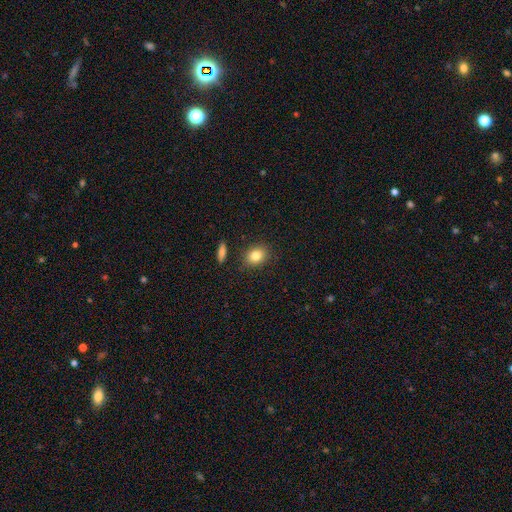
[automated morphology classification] A smooth galaxy with no disk features (83%) that is in between round and cigar-shaped (52%).

Vote fractions:
- Smooth or featured? smooth: 83% / star or artifact: 9% / featured or disk: 8%
- How rounded? in between: 52% / round: 47% / cigar-shaped: 1%
- Merging? none: 86% / minor disturbance: 9% / merger: 3% / major disturbance: 2%